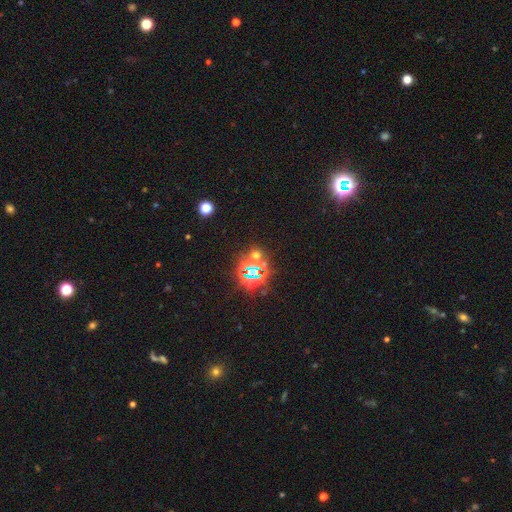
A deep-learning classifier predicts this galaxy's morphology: type=star or artifact (66%).